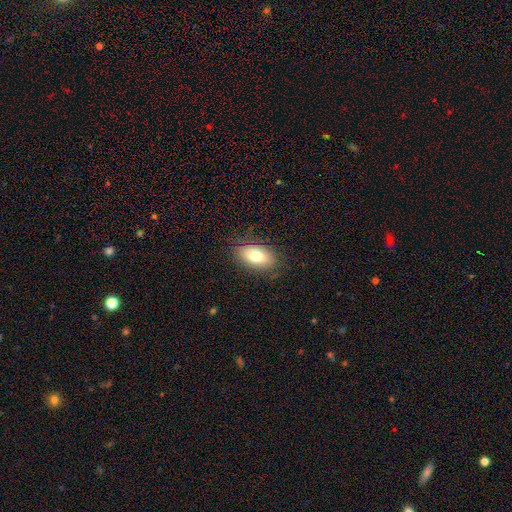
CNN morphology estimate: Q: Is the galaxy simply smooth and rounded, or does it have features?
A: smooth — 76%.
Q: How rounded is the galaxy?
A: in between — 90%.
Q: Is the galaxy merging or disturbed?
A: none — 84%.